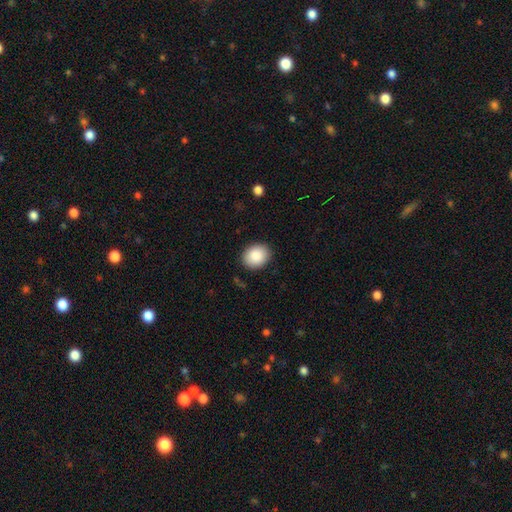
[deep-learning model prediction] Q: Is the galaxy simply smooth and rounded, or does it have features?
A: smooth — 88%.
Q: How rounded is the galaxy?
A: round — 54%.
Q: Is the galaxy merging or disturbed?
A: none — 88%.